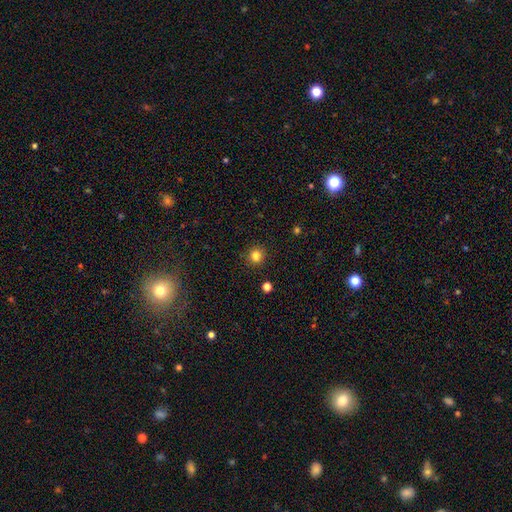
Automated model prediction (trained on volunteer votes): Q: Smooth or featured?
A: smooth (82%); runner-up: star or artifact (13%)
Q: How rounded?
A: round (84%); runner-up: in between (15%)
Q: Merging?
A: none (86%); runner-up: minor disturbance (8%)